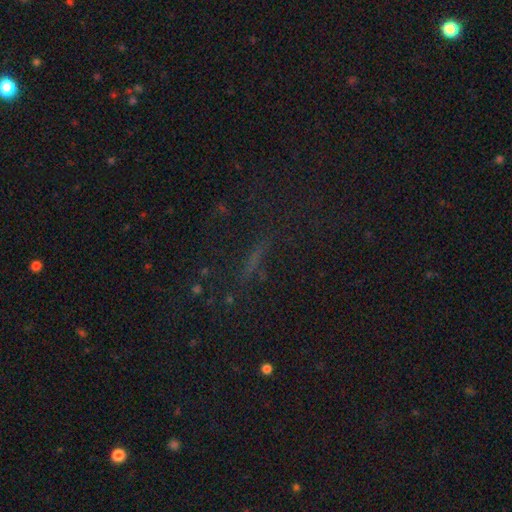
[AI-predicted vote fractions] Smooth or featured: star or artifact — 54% (smooth — 26%)